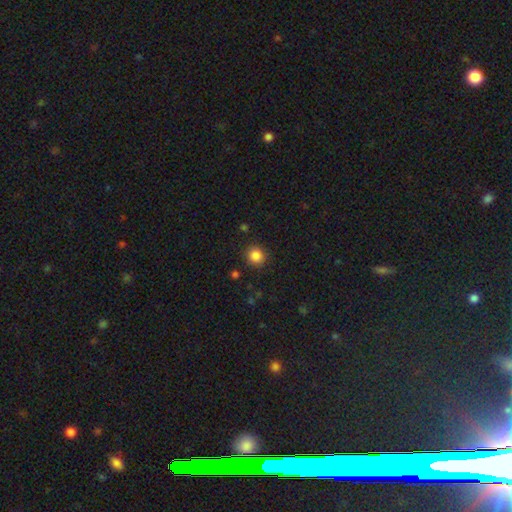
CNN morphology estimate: Smooth or featured?
  - smooth: 85% *
  - star or artifact: 11%
  - featured or disk: 4%
How rounded?
  - round: 90% *
  - in between: 9%
  - cigar-shaped: 1%
Merging?
  - none: 89% *
  - minor disturbance: 7%
  - major disturbance: 2%
  - merger: 1%